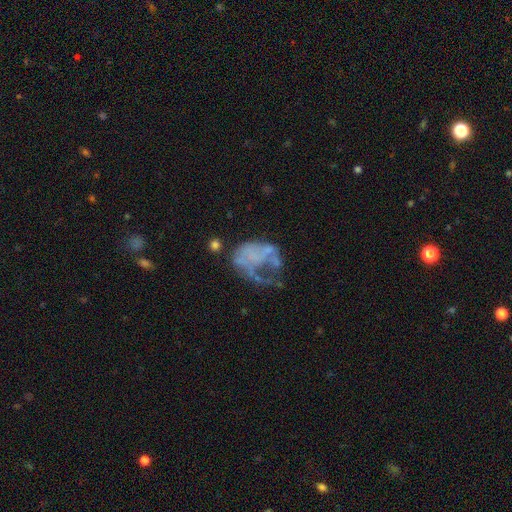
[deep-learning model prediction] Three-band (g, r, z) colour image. It shows a featured or disk galaxy (60%) with no bar (92%), no spiral arms (87%) and no central bulge (84%). Merging: major disturbance (47%).